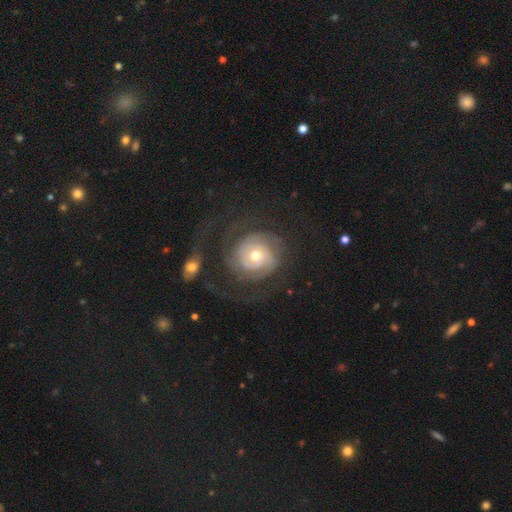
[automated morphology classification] This appears to be a featured or disk galaxy (83%) with no bar (76%), 2 (42%) tight (69%) spiral arms (93%) and a moderate central bulge (67%). Merging: none (62%).